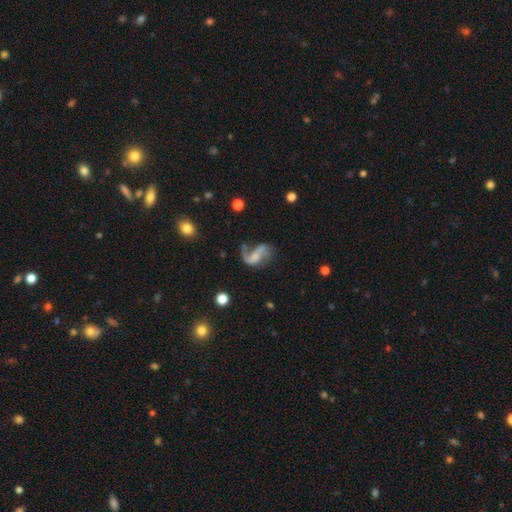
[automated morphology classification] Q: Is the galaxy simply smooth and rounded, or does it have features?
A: featured or disk — 78%.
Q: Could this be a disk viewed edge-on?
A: no — 97%.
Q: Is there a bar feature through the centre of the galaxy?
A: no — 48%.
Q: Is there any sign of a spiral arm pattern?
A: yes — 91%.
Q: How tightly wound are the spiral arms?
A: loose — 76%.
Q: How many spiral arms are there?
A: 2 — 73%.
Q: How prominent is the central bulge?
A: none — 44%.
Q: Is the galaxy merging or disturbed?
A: none — 41%.